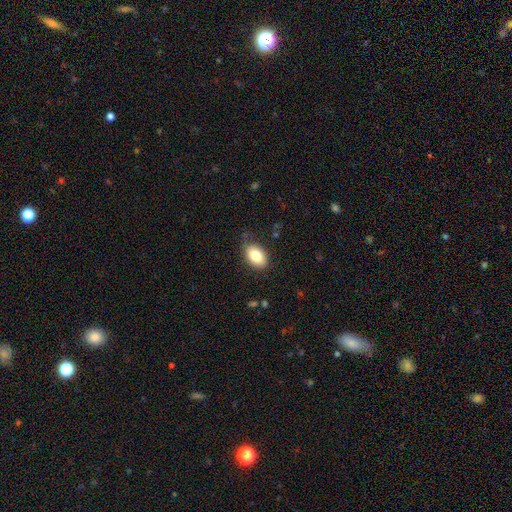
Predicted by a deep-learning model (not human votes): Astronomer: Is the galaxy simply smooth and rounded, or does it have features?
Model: smooth — 83%.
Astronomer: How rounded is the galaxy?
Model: in between — 91%.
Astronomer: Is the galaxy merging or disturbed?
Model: none — 80%.